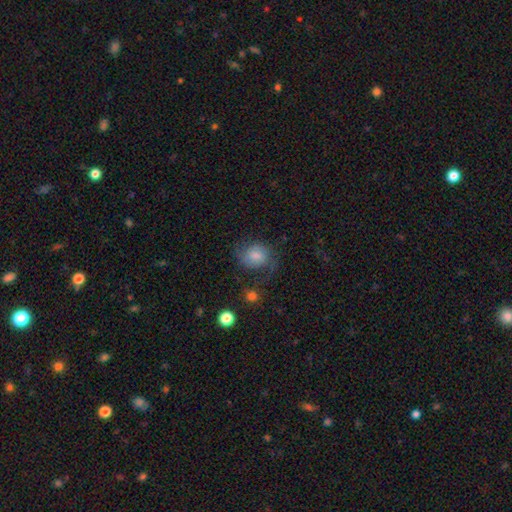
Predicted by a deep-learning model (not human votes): Smooth or featured: smooth — 60% (featured or disk — 30%)
How rounded: round — 66% (in between — 33%)
Merging: none — 53% (minor disturbance — 24%)